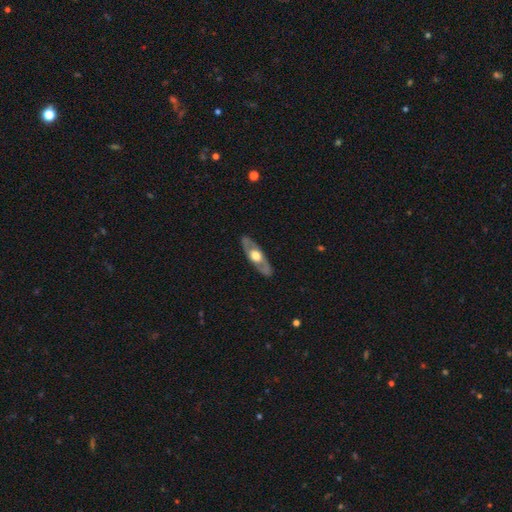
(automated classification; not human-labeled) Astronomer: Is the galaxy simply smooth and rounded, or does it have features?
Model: featured or disk — 64%.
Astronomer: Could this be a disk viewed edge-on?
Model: no — 58% (runner-up: yes, 42%).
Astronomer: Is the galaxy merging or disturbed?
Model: none — 86%.